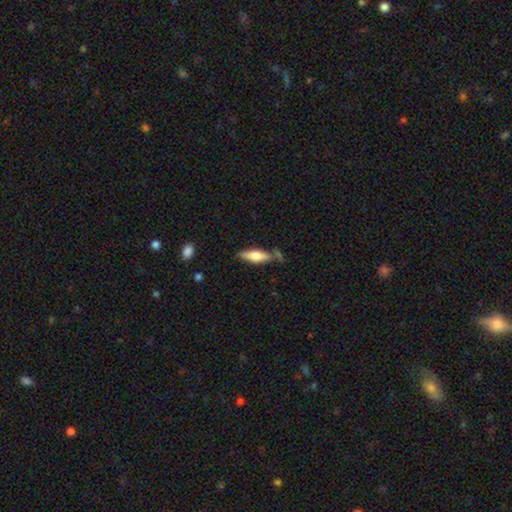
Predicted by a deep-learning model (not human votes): Smooth or featured? Predicted: smooth (p=0.58). How rounded? Predicted: cigar-shaped (p=0.55). Merging? Predicted: none (p=0.66).